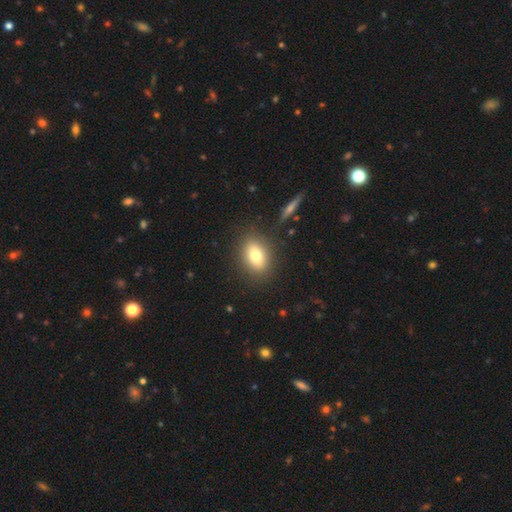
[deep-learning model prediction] This appears to be a smooth galaxy with no disk features (74%) that is in between round and cigar-shaped (73%). Merging: none (84%).